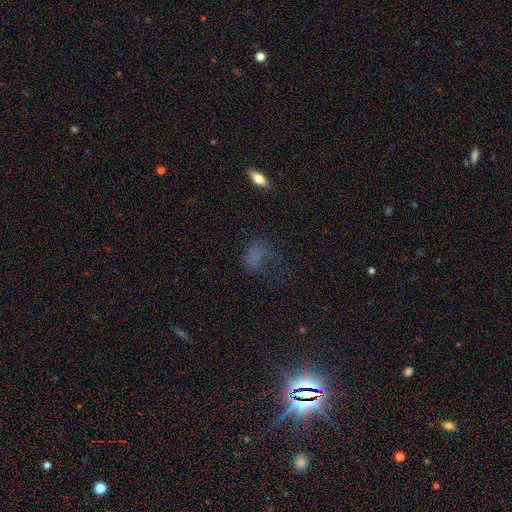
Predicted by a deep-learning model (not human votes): This appears to be a smooth galaxy with no disk features (56%) that is in between round and cigar-shaped (68%). Merging: major disturbance (41%).